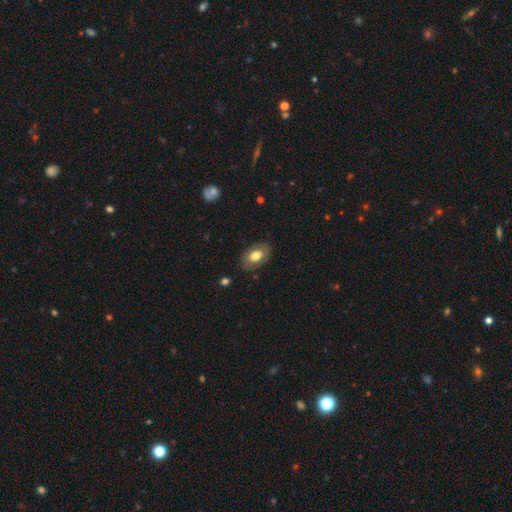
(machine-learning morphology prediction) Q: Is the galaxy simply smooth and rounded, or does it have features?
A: smooth — 66%.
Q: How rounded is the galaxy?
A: in between — 87%.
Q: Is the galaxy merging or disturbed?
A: none — 82%.